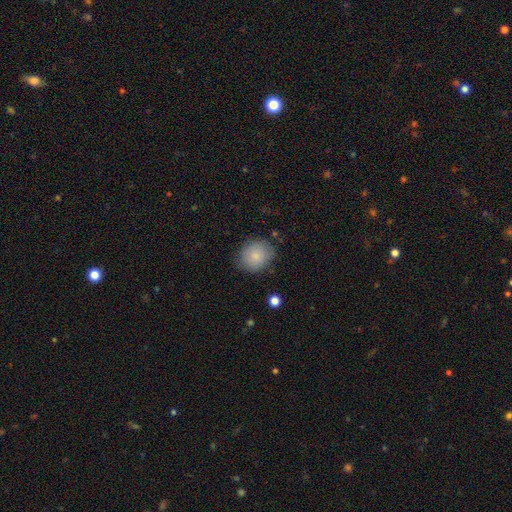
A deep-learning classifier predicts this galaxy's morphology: Smooth or featured?
  - smooth: 84% *
  - featured or disk: 8%
  - star or artifact: 7%
How rounded?
  - round: 70% *
  - in between: 29%
  - cigar-shaped: 1%
Merging?
  - none: 79% *
  - minor disturbance: 16%
  - major disturbance: 4%
  - merger: 2%